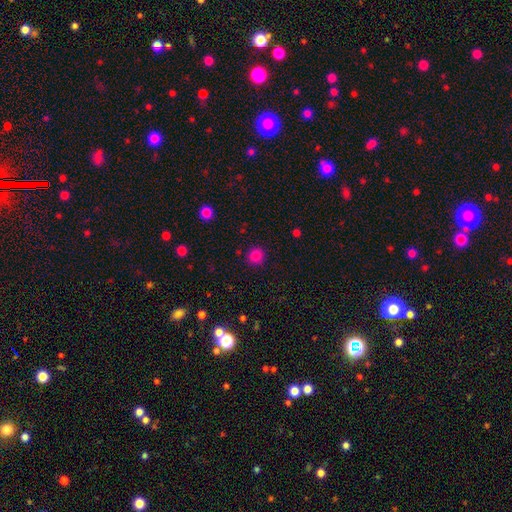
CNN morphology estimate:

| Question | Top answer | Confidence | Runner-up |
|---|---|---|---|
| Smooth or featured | smooth | 84% | star or artifact (13%) |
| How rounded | round | 93% | in between (6%) |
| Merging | none | 90% | minor disturbance (6%) |